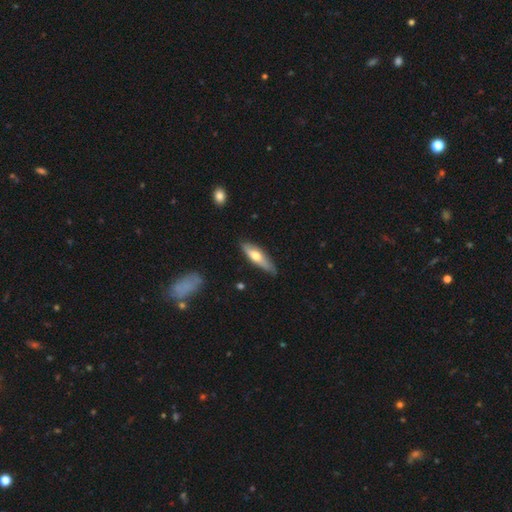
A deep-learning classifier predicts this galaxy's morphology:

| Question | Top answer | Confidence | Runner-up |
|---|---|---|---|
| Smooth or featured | smooth | 55% | featured or disk (40%) |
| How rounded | cigar-shaped | 60% | in between (38%) |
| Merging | none | 72% | minor disturbance (23%) |